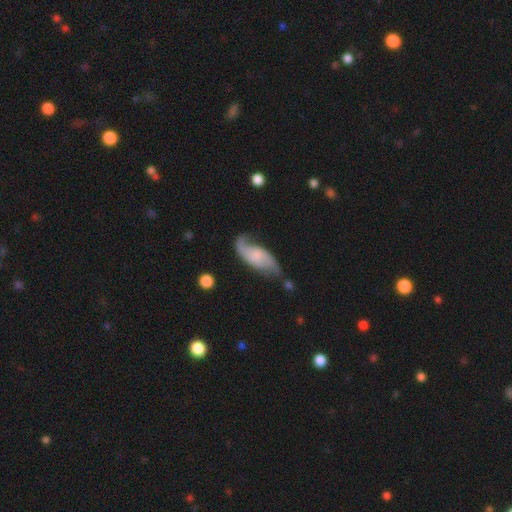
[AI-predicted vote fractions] Smooth or featured? featured or disk (66%)
Edge-on disk? no (92%)
Bar? no (60%)
Spiral arms? yes (92%)
Spiral winding? loose (61%)
Spiral arm count? 2 (79%)
Bulge size? small (37%)
Merging? none (53%)